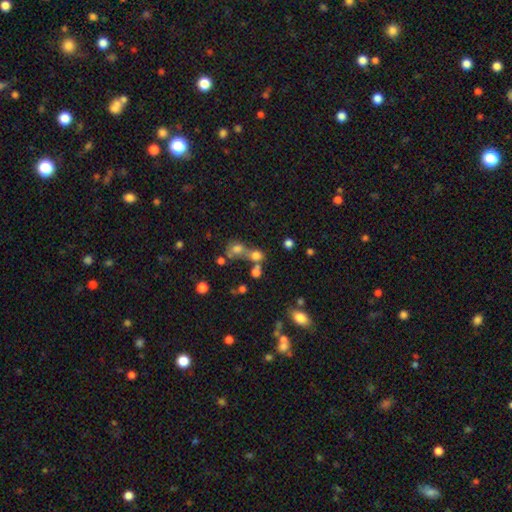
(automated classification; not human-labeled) This is likely a smooth galaxy (68%). How rounded: likely round (68%). Merging: possibly merger (48%).